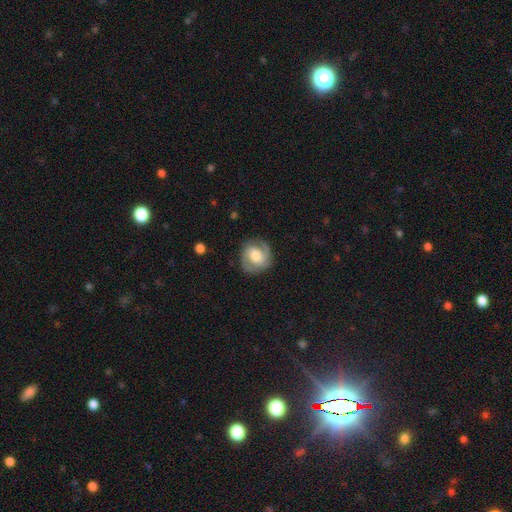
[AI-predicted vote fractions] Overall: featured or disk (72%). Edge-on disk: no (98%). Bar: no (49%; weak 39%). Spiral arms: yes (92%). Spiral arm count: 2 (86%). Spiral winding: medium (45%; tight 42%). Bulge size: moderate (48%; large 32%). Merging: none (81%).